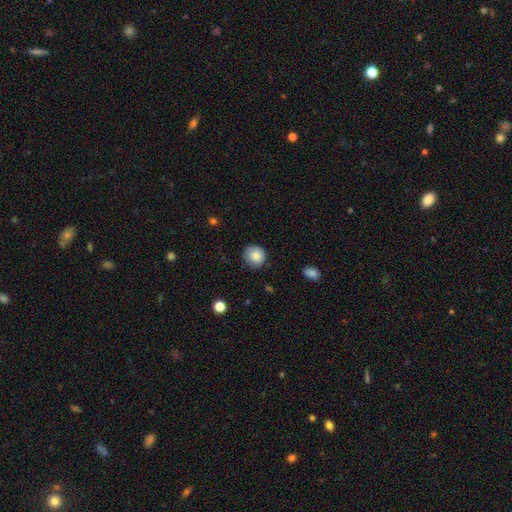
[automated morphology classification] Q: Smooth or featured?
A: smooth (85%); runner-up: star or artifact (8%)
Q: How rounded?
A: round (90%); runner-up: in between (10%)
Q: Merging?
A: none (79%); runner-up: minor disturbance (16%)